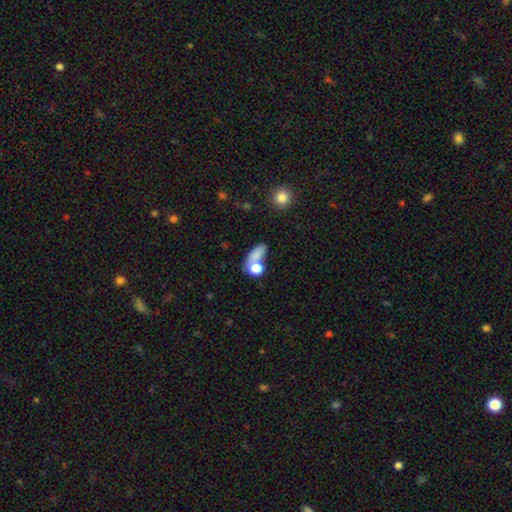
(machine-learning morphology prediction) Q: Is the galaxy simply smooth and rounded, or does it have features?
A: smooth — 76%.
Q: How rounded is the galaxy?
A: in between — 71%.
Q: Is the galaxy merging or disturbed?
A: none — 42%.